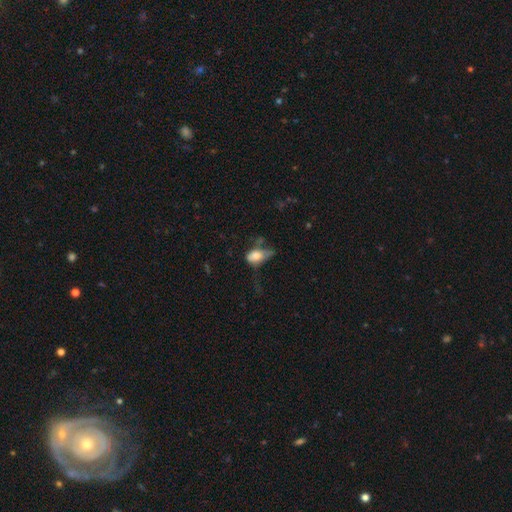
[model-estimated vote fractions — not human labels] Morphology: type=smooth (68%); roundness=in between (82%); merging=major disturbance (37%).